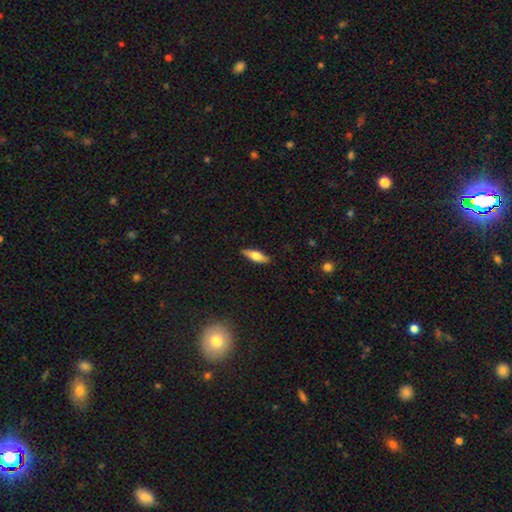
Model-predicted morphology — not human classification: smooth-or-featured: smooth: 59% | featured or disk: 35% | star or artifact: 6%
  how-rounded: in between: 51% | cigar-shaped: 46% | round: 3%
  merging: none: 88% | minor disturbance: 9% | major disturbance: 2% | merger: 1%